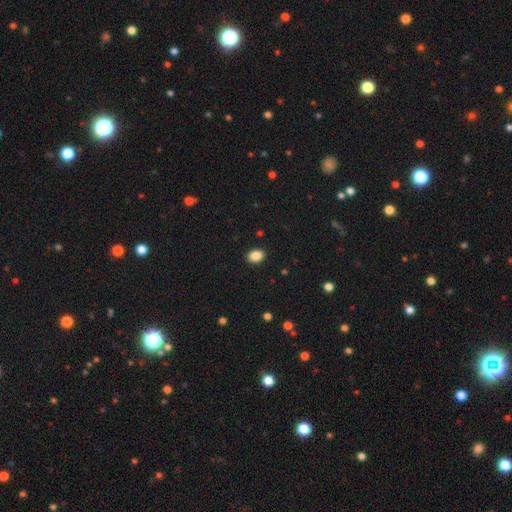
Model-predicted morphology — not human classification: Q: Smooth or featured?
A: smooth (88%); runner-up: star or artifact (9%)
Q: How rounded?
A: in between (68%); runner-up: round (31%)
Q: Merging?
A: none (91%); runner-up: minor disturbance (6%)